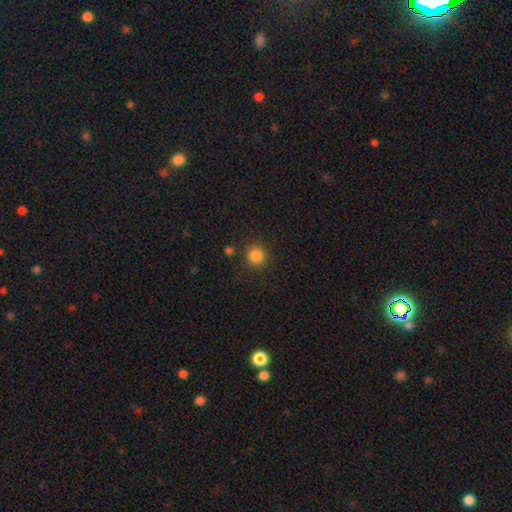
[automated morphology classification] A smooth galaxy with no disk features (85%) that is round (93%).

Vote fractions:
- Smooth or featured? smooth: 85% / star or artifact: 12% / featured or disk: 4%
- How rounded? round: 93% / in between: 6% / cigar-shaped: 1%
- Merging? none: 88% / minor disturbance: 7% / major disturbance: 3% / merger: 2%